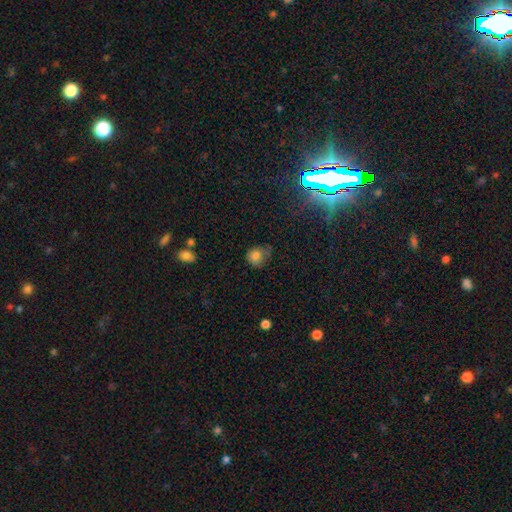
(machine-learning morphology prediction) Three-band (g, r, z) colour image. It shows a smooth galaxy with no disk features (79%) that is round (75%). Merging: none (52%).